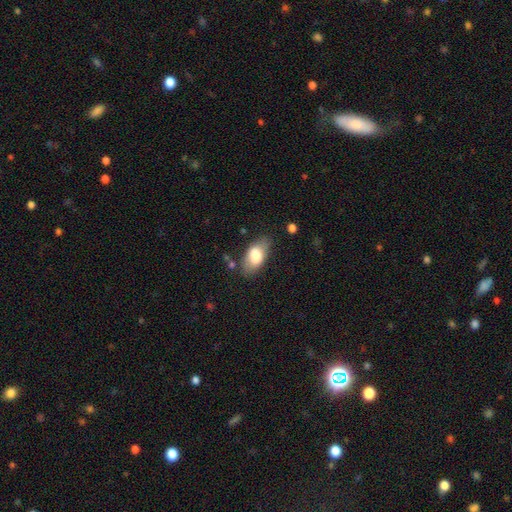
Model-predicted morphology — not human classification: A smooth galaxy with no disk features (73%) that is in between round and cigar-shaped (91%).

Vote fractions:
- Smooth or featured? smooth: 73% / featured or disk: 20% / star or artifact: 7%
- How rounded? in between: 91% / cigar-shaped: 5% / round: 4%
- Merging? none: 76% / minor disturbance: 17% / major disturbance: 5% / merger: 3%